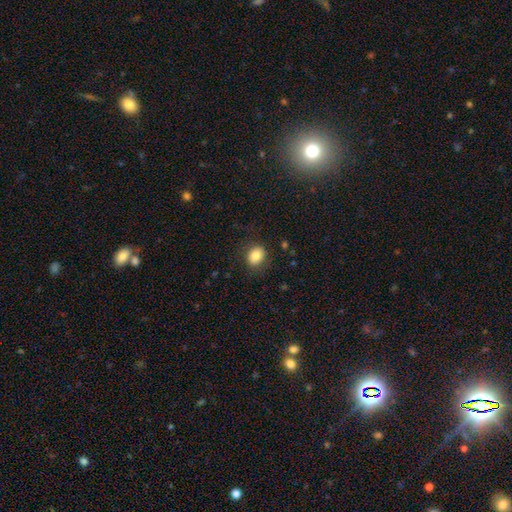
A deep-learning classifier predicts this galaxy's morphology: Overall: smooth (83%). How rounded: round (57%; in between 42%). Merging: none (84%).